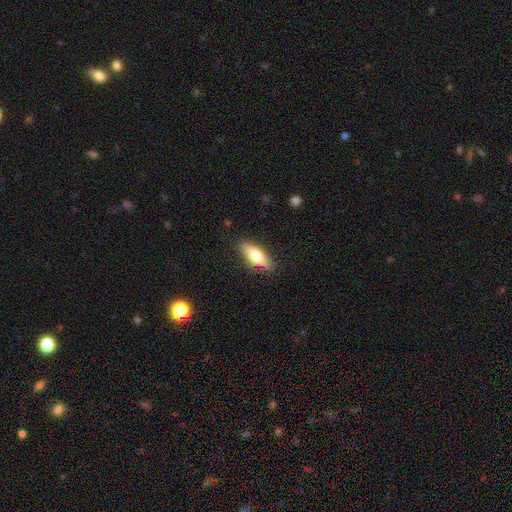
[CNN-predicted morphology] Smooth or featured? smooth (65%)
How rounded? in between (62%)
Merging? none (85%)